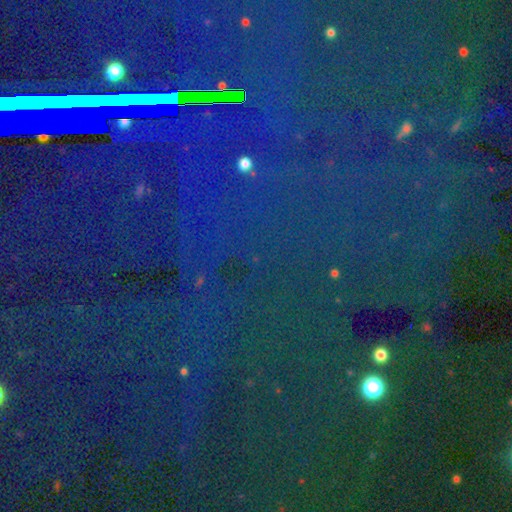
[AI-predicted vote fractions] A star or artifact, not a galaxy (84%).